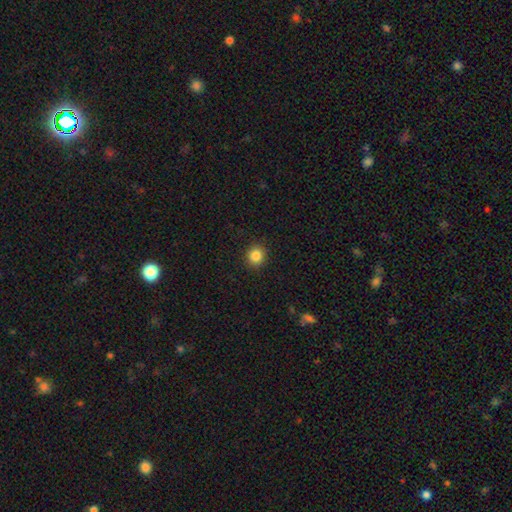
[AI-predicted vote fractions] Smooth or featured? smooth (86%)
How rounded? round (88%)
Merging? none (91%)